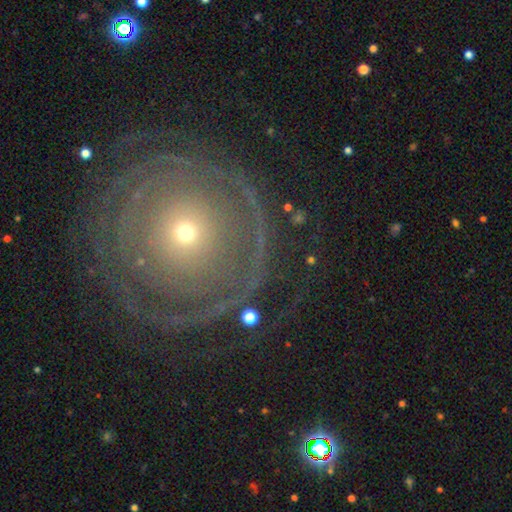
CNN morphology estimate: Smooth or featured: featured or disk — 72% (smooth — 17%)
Edge-on disk: no — 96% (yes — 4%)
Bar: no — 87% (weak — 9%)
Spiral arms: yes — 76% (no — 24%)
Spiral winding: tight — 81% (medium — 13%)
Spiral arm count: can't tell — 42% (2 — 14%)
Bulge size: small — 71% (moderate — 24%)
Merging: none — 80% (minor disturbance — 11%)